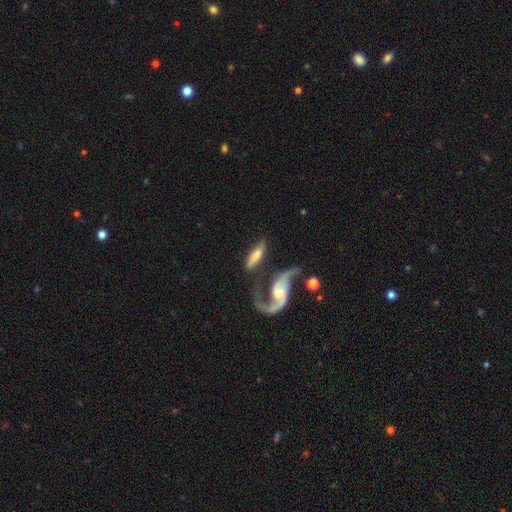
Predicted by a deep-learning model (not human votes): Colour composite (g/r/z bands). It shows a featured or disk galaxy (48%). Merging: none (45%).